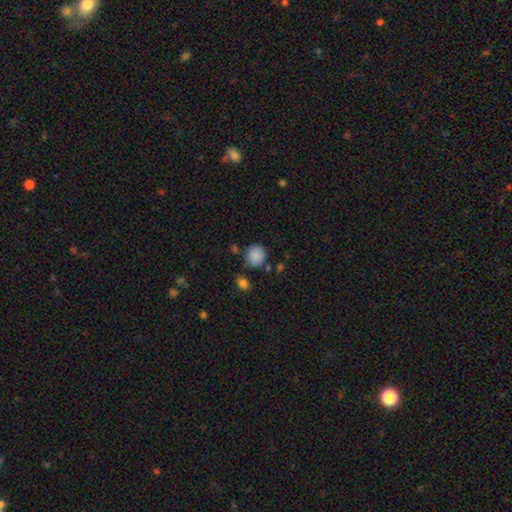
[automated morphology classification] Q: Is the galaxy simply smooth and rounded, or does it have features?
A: smooth — 86%.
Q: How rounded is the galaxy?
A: round — 82%.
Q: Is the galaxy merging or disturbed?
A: none — 76%.